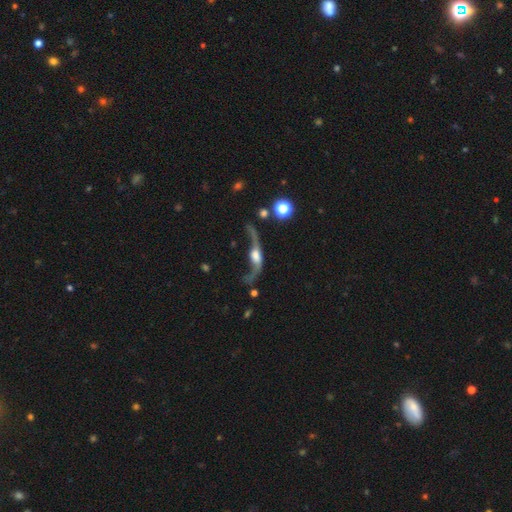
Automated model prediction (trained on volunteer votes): Q: Smooth or featured?
A: featured or disk (72%); runner-up: smooth (18%)
Q: Edge-on disk?
A: no (58%); runner-up: yes (42%)
Q: Merging?
A: major disturbance (40%); runner-up: none (32%)